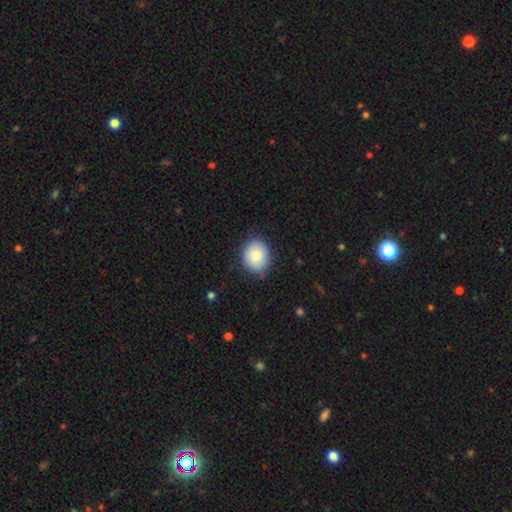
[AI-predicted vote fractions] Smooth or featured?
  - smooth: 85% *
  - featured or disk: 8%
  - star or artifact: 7%
How rounded?
  - round: 62% *
  - in between: 37%
  - cigar-shaped: 1%
Merging?
  - none: 82% *
  - minor disturbance: 14%
  - major disturbance: 3%
  - merger: 1%